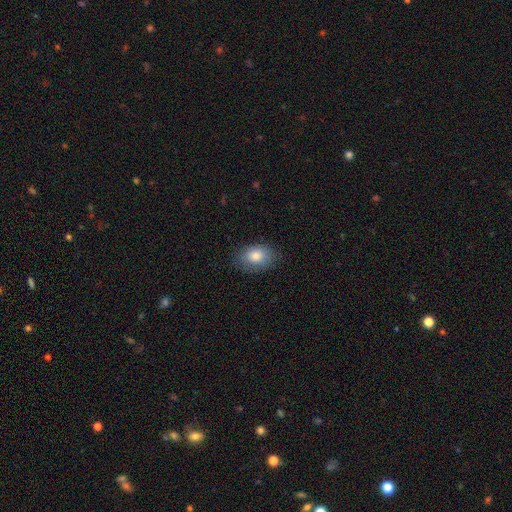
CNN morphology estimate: Overall: smooth (83%). How rounded: in between (77%). Merging: none (82%).